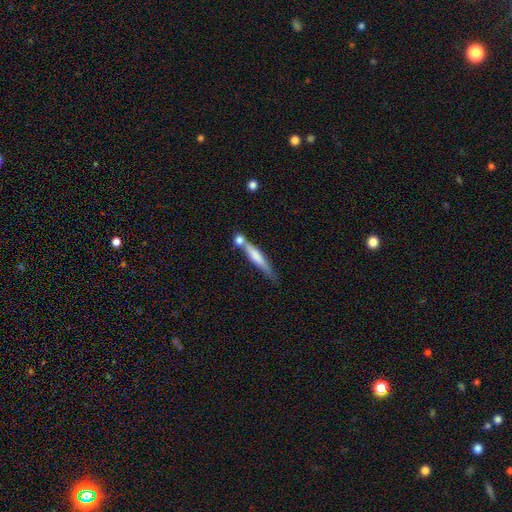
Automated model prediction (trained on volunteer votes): A smooth galaxy with no disk features (57%) that is cigar-shaped (86%). Merging: none (47%).